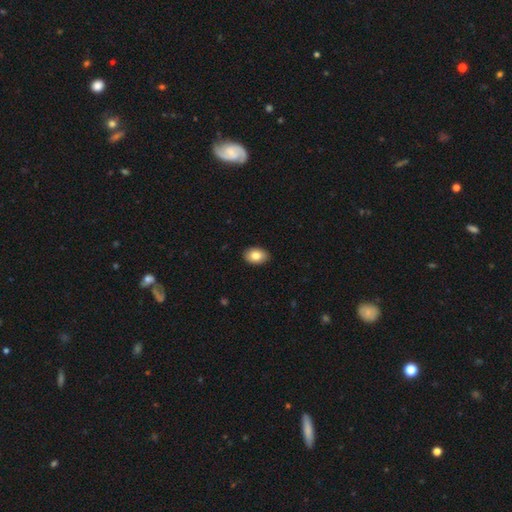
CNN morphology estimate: Smooth or featured: smooth — 83% (featured or disk — 10%)
How rounded: in between — 85% (round — 14%)
Merging: none — 90% (minor disturbance — 7%)